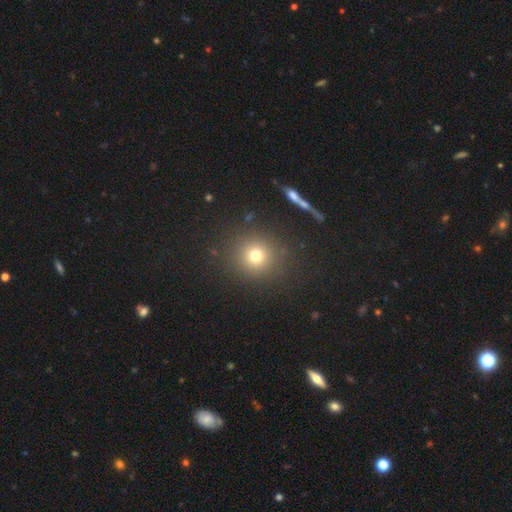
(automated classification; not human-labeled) Smooth or featured? Predicted: smooth (p=0.73). How rounded? Predicted: round (p=0.90). Merging? Predicted: none (p=0.87).